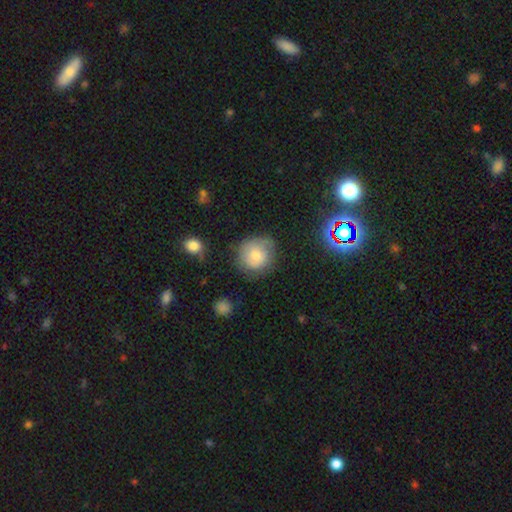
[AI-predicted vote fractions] Morphology: type=smooth (68%); roundness=round (86%); merging=none (63%).